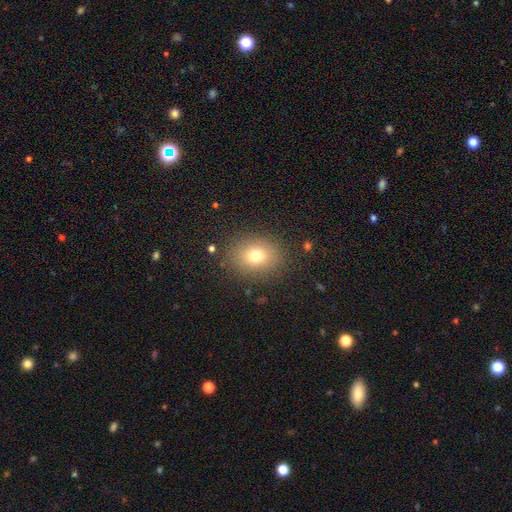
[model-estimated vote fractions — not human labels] smooth-or-featured: smooth: 76% | star or artifact: 13% | featured or disk: 12%
  how-rounded: in between: 53% | round: 46% | cigar-shaped: 1%
  merging: none: 86% | minor disturbance: 9% | major disturbance: 4% | merger: 1%